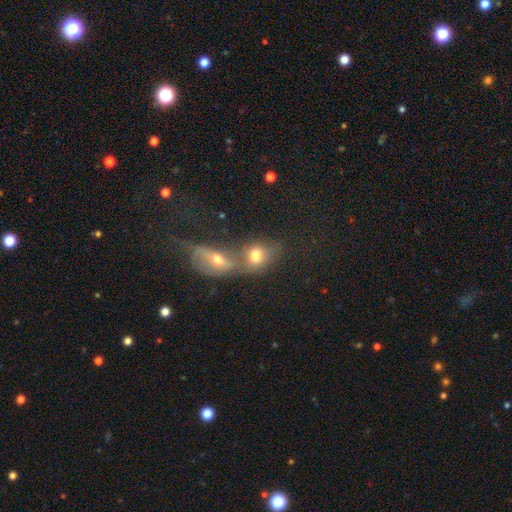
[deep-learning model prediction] Q: Smooth or featured?
A: smooth (70%); runner-up: featured or disk (18%)
Q: How rounded?
A: in between (50%); runner-up: round (48%)
Q: Merging?
A: merger (60%); runner-up: none (27%)